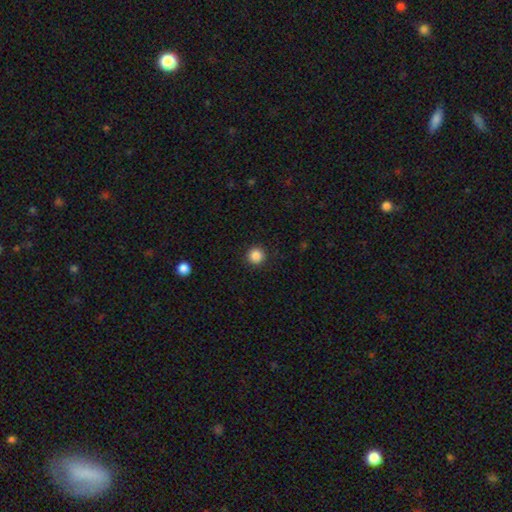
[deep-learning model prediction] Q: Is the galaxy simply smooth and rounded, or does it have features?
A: smooth — 87%.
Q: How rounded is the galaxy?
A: round — 96%.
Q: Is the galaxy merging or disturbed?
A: none — 92%.